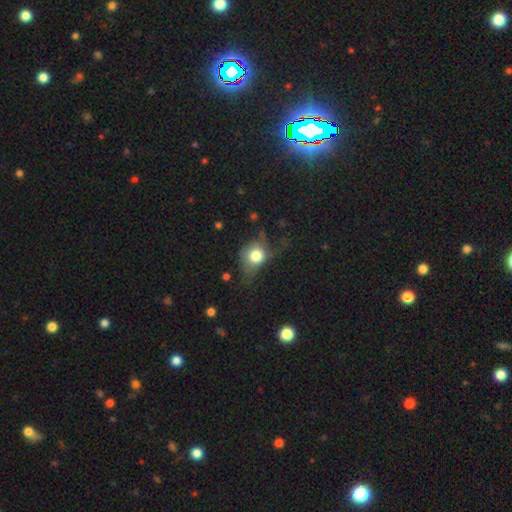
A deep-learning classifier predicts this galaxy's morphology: Smooth or featured?
  - smooth: 69% *
  - featured or disk: 21%
  - star or artifact: 10%
How rounded?
  - round: 59% *
  - in between: 40%
  - cigar-shaped: 1%
Merging?
  - none: 36% *
  - major disturbance: 31%
  - minor disturbance: 29%
  - merger: 3%